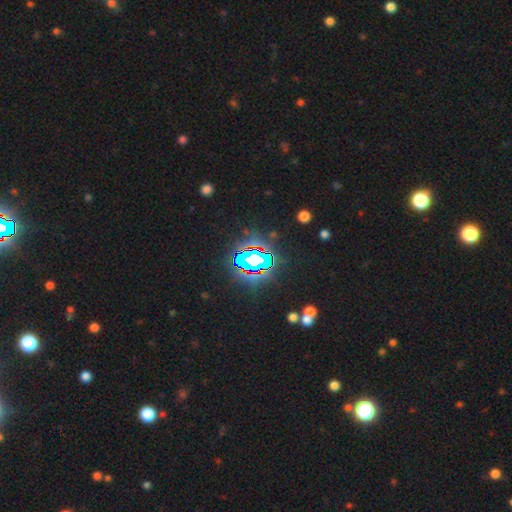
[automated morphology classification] A star or artifact, not a galaxy (75%).